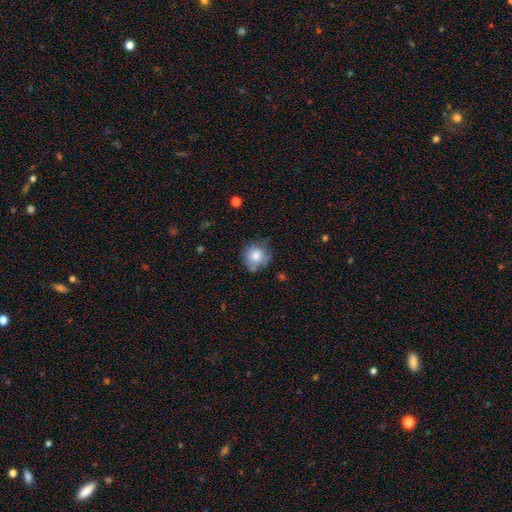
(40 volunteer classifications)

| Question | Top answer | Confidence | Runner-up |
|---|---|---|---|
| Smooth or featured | smooth | 82% | featured or disk (15%) |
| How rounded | round | 97% | in between (3%) |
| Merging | none | 64% | minor disturbance (23%) |